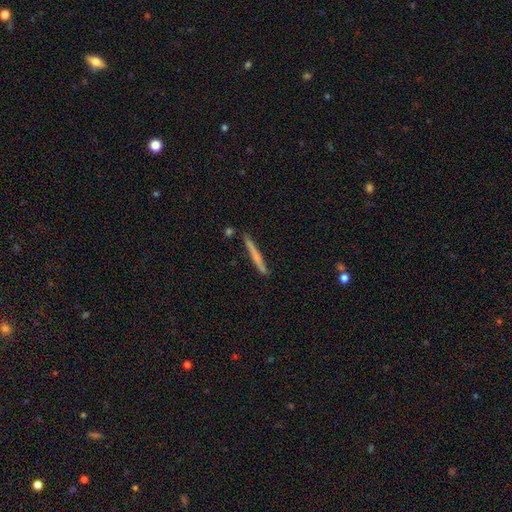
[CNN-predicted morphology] This appears to be a smooth galaxy with no disk features (57%) that is cigar-shaped (97%). Merging: none (86%).